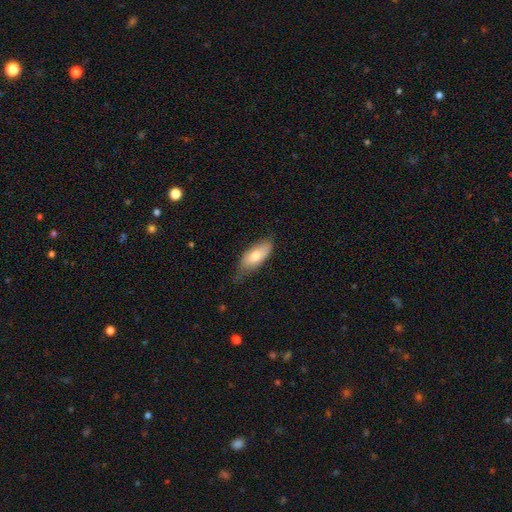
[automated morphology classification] This appears to be a smooth galaxy with no disk features (74%) that is in between round and cigar-shaped (85%). Merging: none (60%).